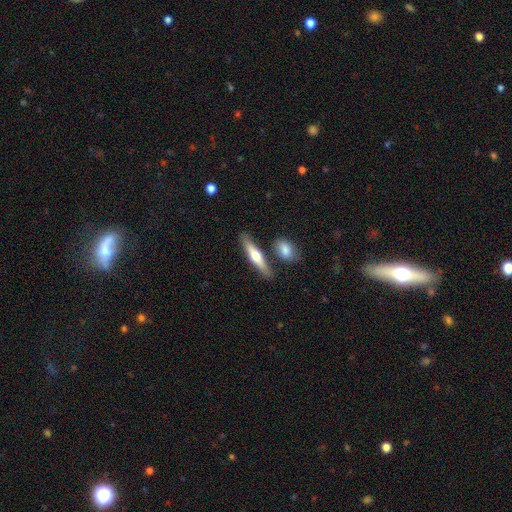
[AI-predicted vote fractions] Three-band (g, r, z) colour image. It shows a featured or disk galaxy (48%). Merging: none (79%).